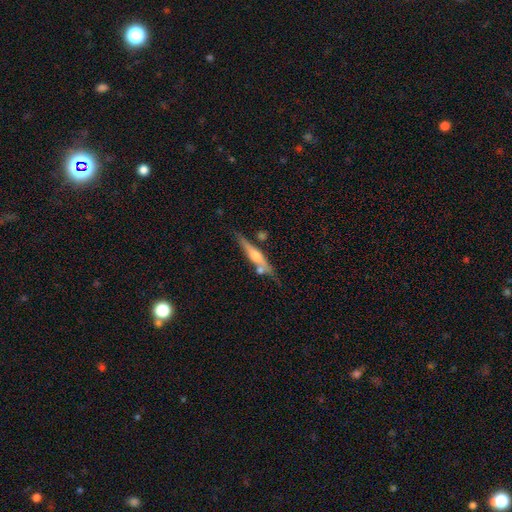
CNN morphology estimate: Smooth or featured?
  - featured or disk: 61% *
  - smooth: 33%
  - star or artifact: 6%
Edge-on disk?
  - yes: 94% *
  - no: 6%
Edge-on bulge?
  - rounded: 80% *
  - boxy: 11%
  - none: 9%
Merging?
  - none: 68% *
  - minor disturbance: 16%
  - merger: 12%
  - major disturbance: 4%